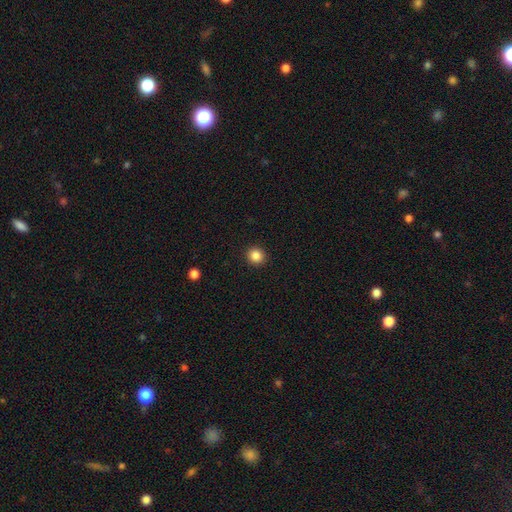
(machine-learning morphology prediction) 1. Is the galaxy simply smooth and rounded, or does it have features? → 86% smooth, 10% star or artifact, 4% featured or disk.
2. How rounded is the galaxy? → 91% round, 8% in between, 1% cigar-shaped.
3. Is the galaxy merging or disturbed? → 93% none, 5% minor disturbance, 2% major disturbance, 1% merger.